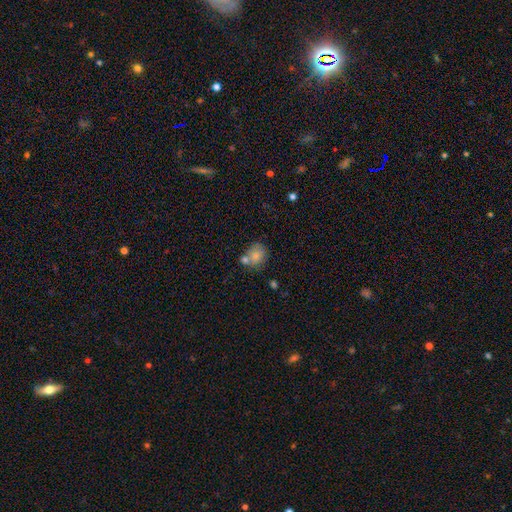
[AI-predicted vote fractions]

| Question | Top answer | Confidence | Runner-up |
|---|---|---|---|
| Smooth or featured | smooth | 80% | featured or disk (11%) |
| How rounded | round | 68% | in between (31%) |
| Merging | none | 54% | merger (27%) |